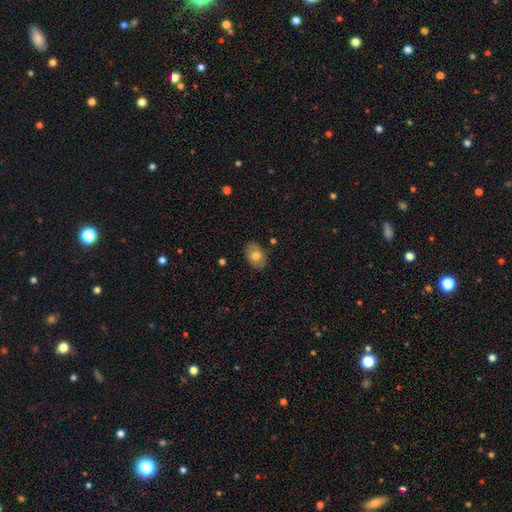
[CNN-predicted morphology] A smooth galaxy with no disk features (70%) that is in between round and cigar-shaped (80%).

Vote fractions:
- Smooth or featured? smooth: 70% / featured or disk: 23% / star or artifact: 7%
- How rounded? in between: 80% / round: 19% / cigar-shaped: 1%
- Merging? none: 84% / minor disturbance: 12% / major disturbance: 3% / merger: 1%